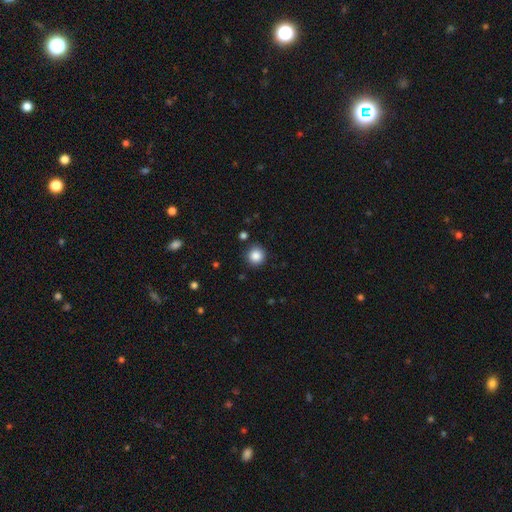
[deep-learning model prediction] smooth-or-featured: smooth: 86% | star or artifact: 10% | featured or disk: 4%
  how-rounded: round: 93% | in between: 6% | cigar-shaped: 1%
  merging: none: 88% | minor disturbance: 8% | major disturbance: 2% | merger: 2%